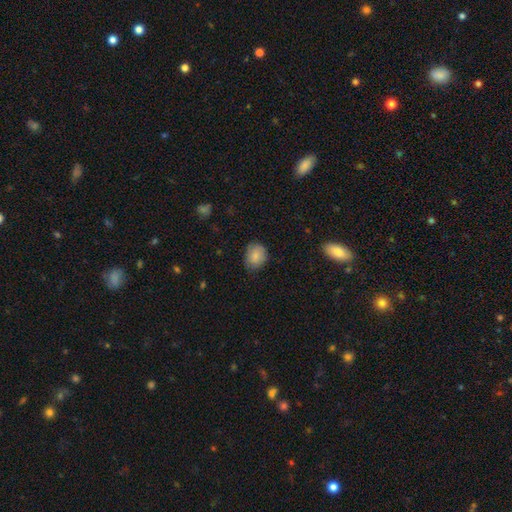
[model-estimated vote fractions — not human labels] smooth_or_featured: smooth (p=0.86) [alt: star or artifact p=0.08]
how_rounded: round (p=0.54) [alt: in between p=0.45]
merging: none (p=0.76) [alt: minor disturbance p=0.20]